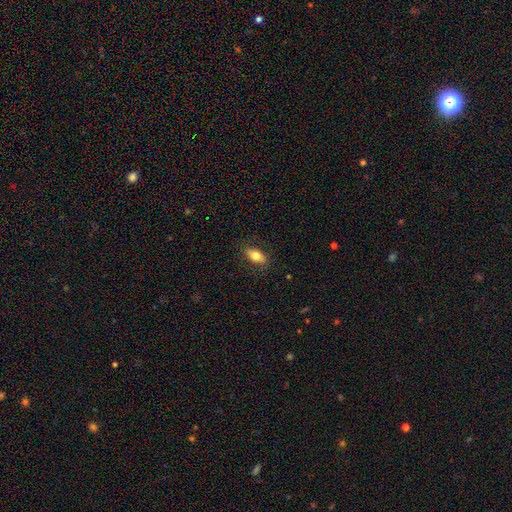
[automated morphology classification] Smooth or featured? smooth (77%)
How rounded? in between (87%)
Merging? none (85%)